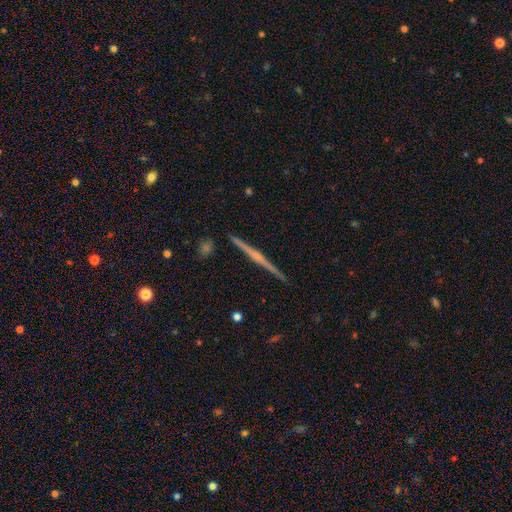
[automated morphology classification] type=featured or disk (79%); edge-on=yes (99%); edge-on bulge=rounded (60%); merging=none (92%).